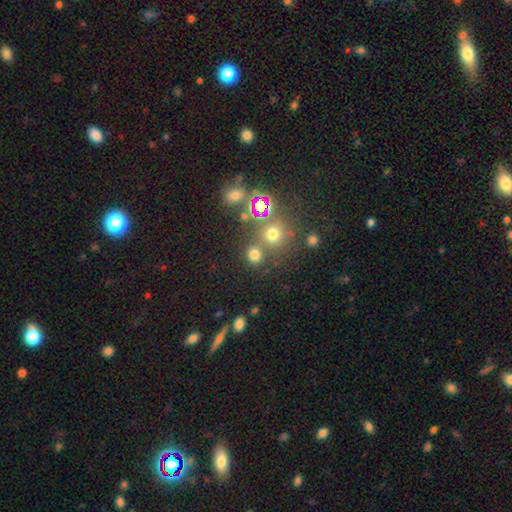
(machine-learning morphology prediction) Q: Smooth or featured?
A: smooth (68%); runner-up: star or artifact (25%)
Q: How rounded?
A: round (84%); runner-up: in between (15%)
Q: Merging?
A: none (68%); runner-up: merger (19%)